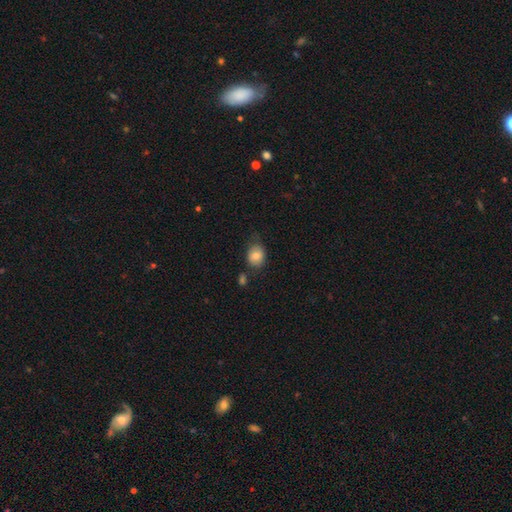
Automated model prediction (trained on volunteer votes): Overall: smooth (79%). How rounded: round (55%; in between 44%). Merging: none (64%).